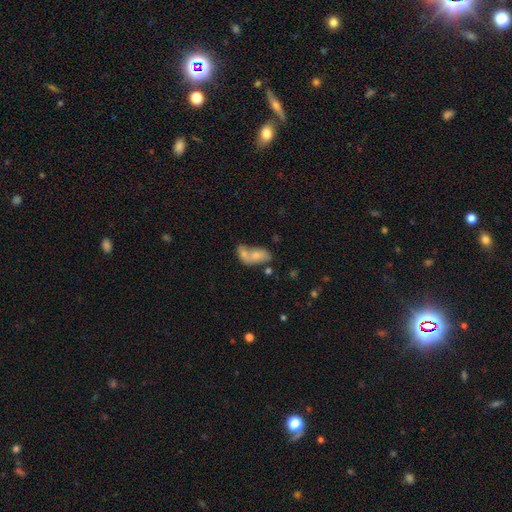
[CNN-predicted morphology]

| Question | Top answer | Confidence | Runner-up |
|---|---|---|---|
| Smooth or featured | smooth | 68% | featured or disk (23%) |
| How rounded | in between | 86% | round (9%) |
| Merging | merger | 65% | none (21%) |